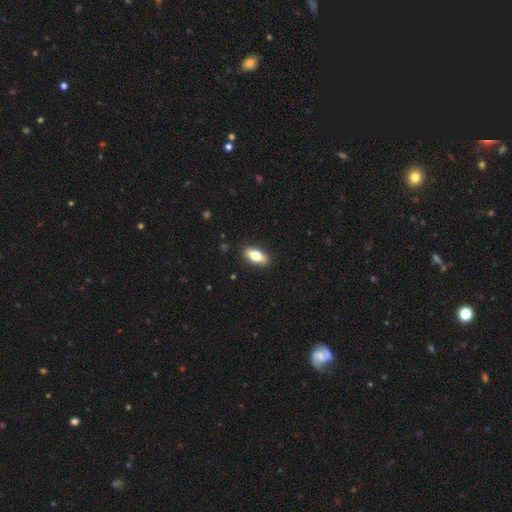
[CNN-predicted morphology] Smooth or featured? smooth (72%)
How rounded? in between (81%)
Merging? none (89%)